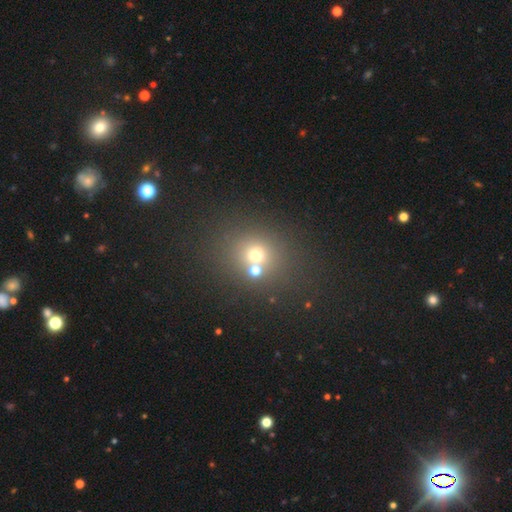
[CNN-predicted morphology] This appears to be a smooth galaxy with no disk features (62%) that is round (79%). Merging: none (58%).